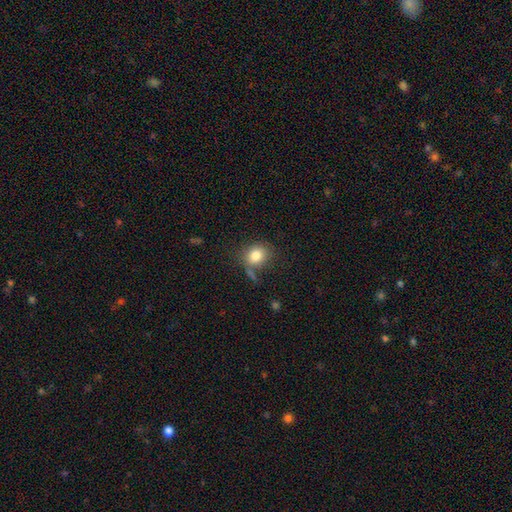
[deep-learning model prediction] Q: Smooth or featured?
A: smooth (81%); runner-up: star or artifact (10%)
Q: How rounded?
A: round (59%); runner-up: in between (40%)
Q: Merging?
A: none (62%); runner-up: minor disturbance (19%)